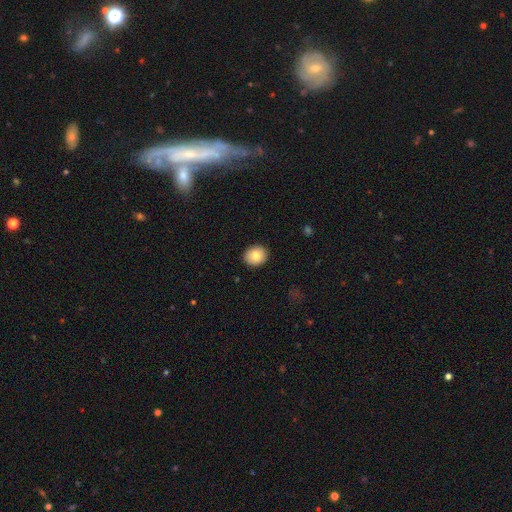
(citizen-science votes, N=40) Smooth or featured? 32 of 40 (80%) said smooth. How rounded? 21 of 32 (66%) said round. Merging? 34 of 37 (92%) said none.